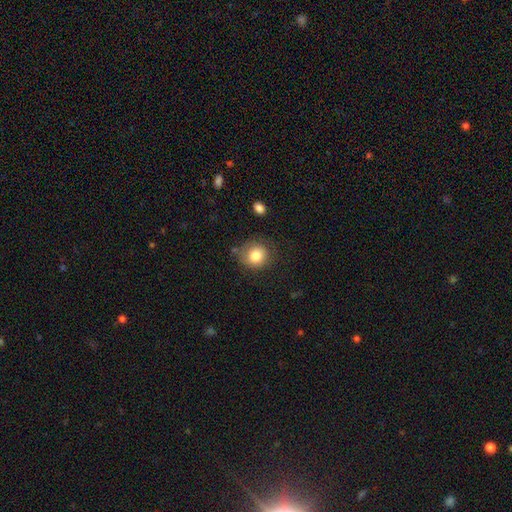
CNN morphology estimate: Smooth or featured? Predicted: smooth (p=0.82). How rounded? Predicted: round (p=0.84). Merging? Predicted: none (p=0.75).